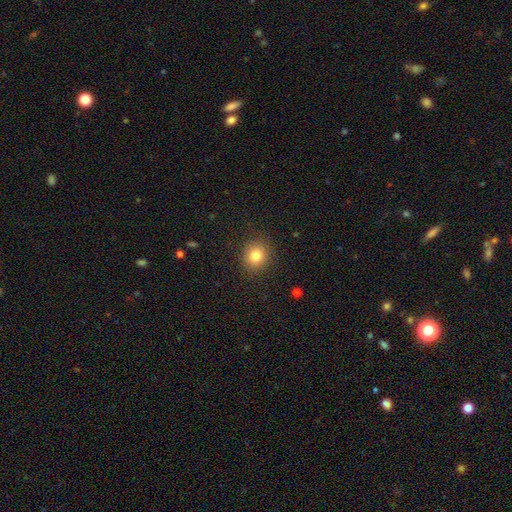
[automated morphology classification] This appears to be a smooth galaxy with no disk features (81%) that is round (83%). Merging: none (89%).